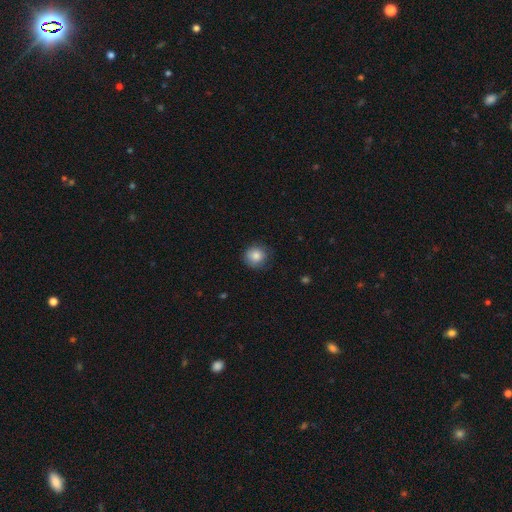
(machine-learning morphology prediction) Smooth or featured? Predicted: smooth (p=0.84). How rounded? Predicted: round (p=0.91). Merging? Predicted: none (p=0.82).